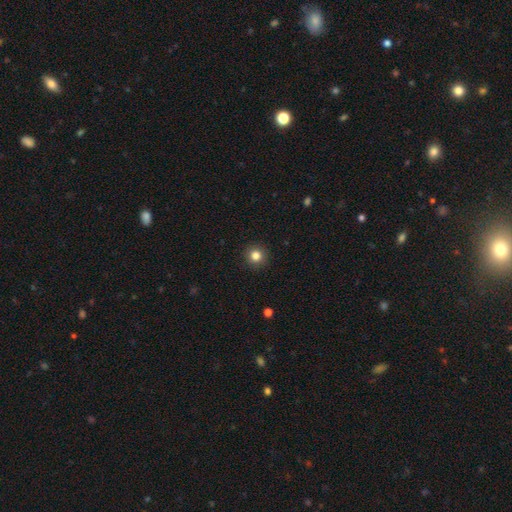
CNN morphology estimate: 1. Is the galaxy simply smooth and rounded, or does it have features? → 83% smooth, 11% star or artifact, 6% featured or disk.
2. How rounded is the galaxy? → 95% round, 4% in between, 1% cigar-shaped.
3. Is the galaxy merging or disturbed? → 92% none, 5% minor disturbance, 2% major disturbance, 1% merger.